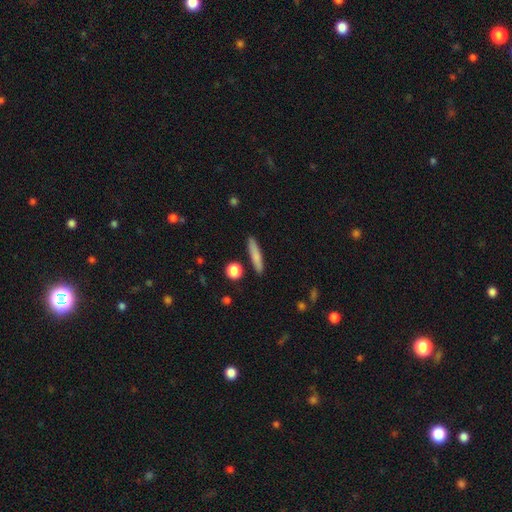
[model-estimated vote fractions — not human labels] A smooth galaxy with no disk features (77%) that is cigar-shaped (89%). Merging: none (88%).